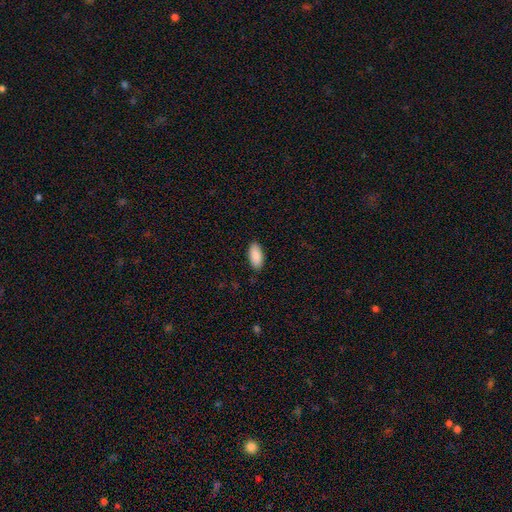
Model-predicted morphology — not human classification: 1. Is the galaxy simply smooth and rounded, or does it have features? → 91% smooth, 6% star or artifact, 4% featured or disk.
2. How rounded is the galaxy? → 91% in between, 7% cigar-shaped, 2% round.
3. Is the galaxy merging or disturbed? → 88% none, 9% minor disturbance, 2% major disturbance, 1% merger.